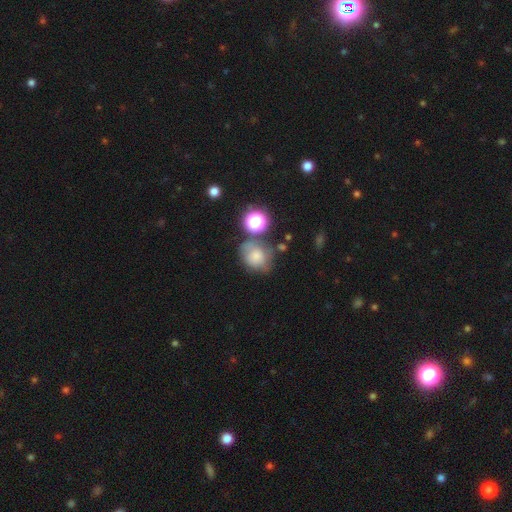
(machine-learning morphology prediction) Overall: smooth (65%). How rounded: round (63%; in between 36%). Merging: none (49%; minor disturbance 23%).